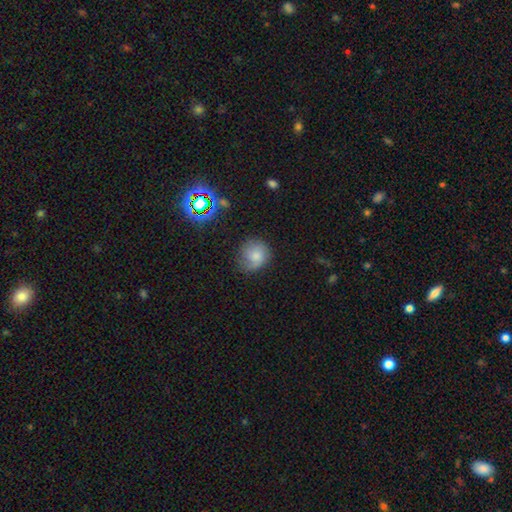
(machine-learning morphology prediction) type=smooth (69%); roundness=round (83%); merging=none (64%).